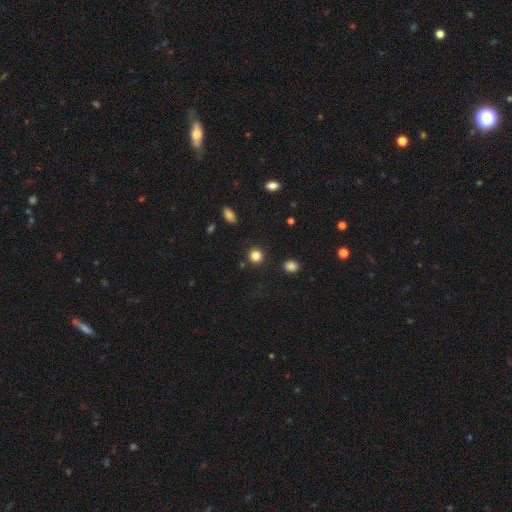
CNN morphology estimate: Smooth or featured? smooth (84%)
How rounded? round (90%)
Merging? none (89%)